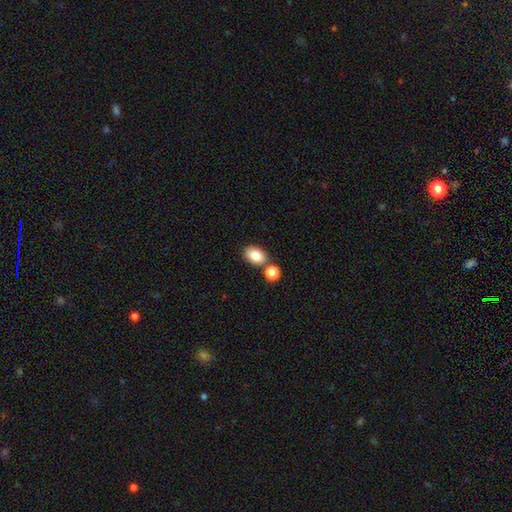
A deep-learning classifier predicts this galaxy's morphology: Smooth or featured?
  - smooth: 84% *
  - star or artifact: 8%
  - featured or disk: 8%
How rounded?
  - in between: 83% *
  - round: 16%
  - cigar-shaped: 1%
Merging?
  - none: 70% *
  - merger: 16%
  - minor disturbance: 11%
  - major disturbance: 3%